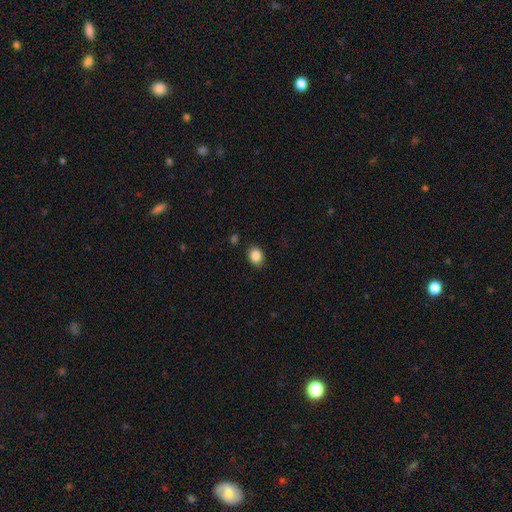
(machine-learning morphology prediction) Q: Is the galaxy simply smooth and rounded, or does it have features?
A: smooth — 86%.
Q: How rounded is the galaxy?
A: in between — 58%.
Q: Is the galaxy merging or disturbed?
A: none — 87%.